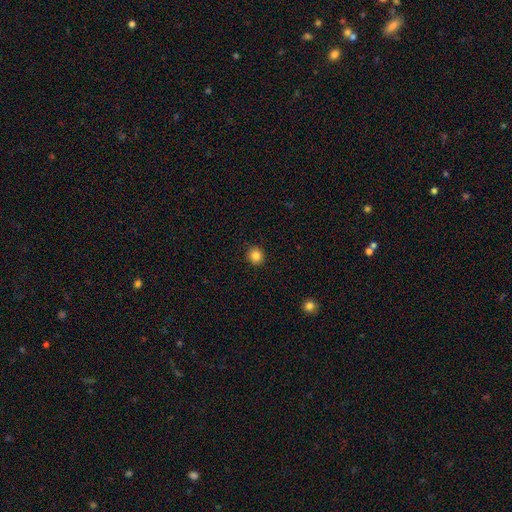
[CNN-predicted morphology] smooth_or_featured: smooth (p=0.85) [alt: star or artifact p=0.11]
how_rounded: round (p=0.91) [alt: in between p=0.08]
merging: none (p=0.92) [alt: minor disturbance p=0.05]